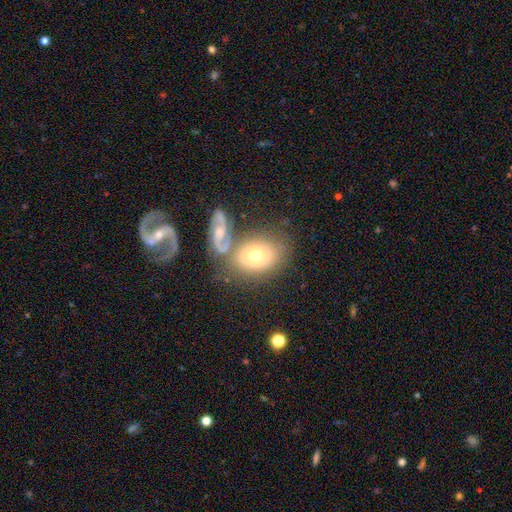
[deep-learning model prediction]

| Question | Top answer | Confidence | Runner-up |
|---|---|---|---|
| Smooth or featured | smooth | 50% | featured or disk (42%) |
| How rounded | in between | 64% | round (35%) |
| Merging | none | 45% | merger (29%) |